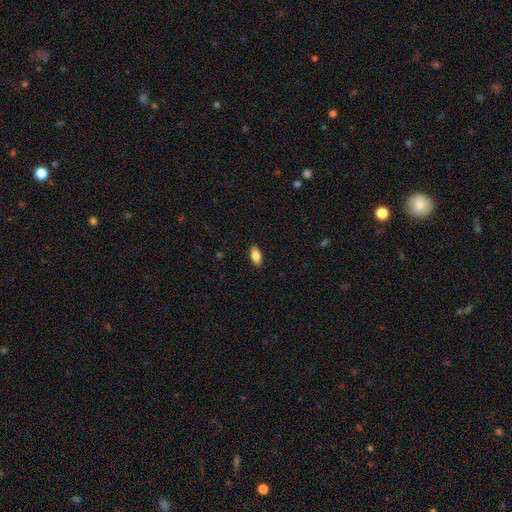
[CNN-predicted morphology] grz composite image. It shows a smooth galaxy with no disk features (82%) that is in between round and cigar-shaped (90%). Merging: none (89%).